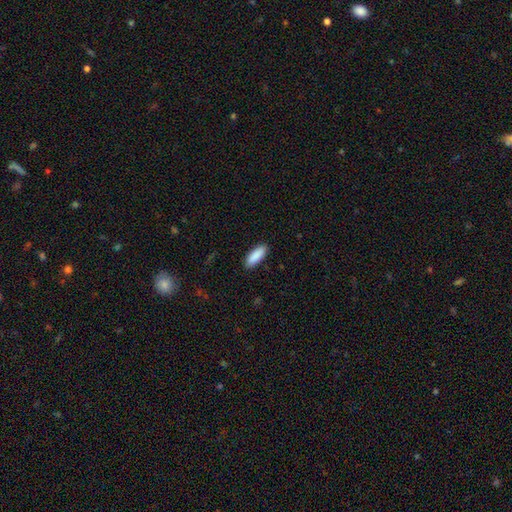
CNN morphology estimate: A smooth galaxy with no disk features (90%) that is in between round and cigar-shaped (66%).

Vote fractions:
- Smooth or featured? smooth: 90% / star or artifact: 6% / featured or disk: 4%
- How rounded? in between: 66% / cigar-shaped: 33% / round: 2%
- Merging? none: 90% / minor disturbance: 8% / major disturbance: 2% / merger: 1%